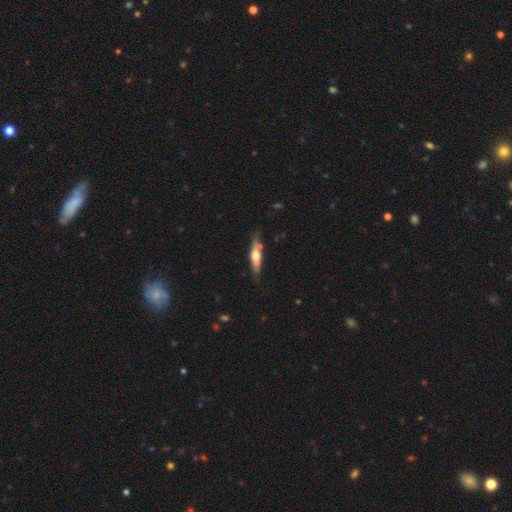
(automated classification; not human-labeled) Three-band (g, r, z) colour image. It shows a featured or disk galaxy (59%) viewed edge-on (91%) with a rounded central bulge (88%). Merging: none (75%).